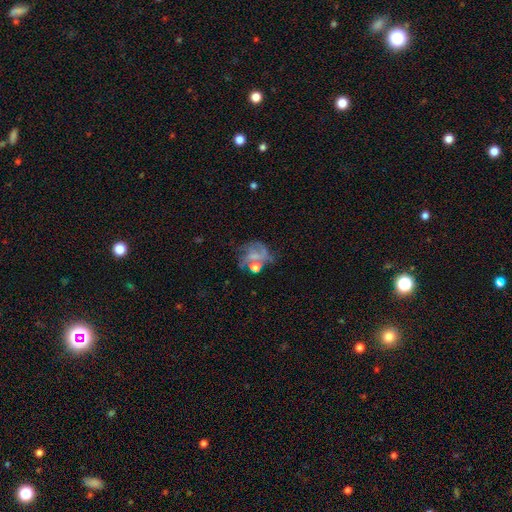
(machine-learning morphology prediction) A featured or disk galaxy (48%). Merging: none (35%).